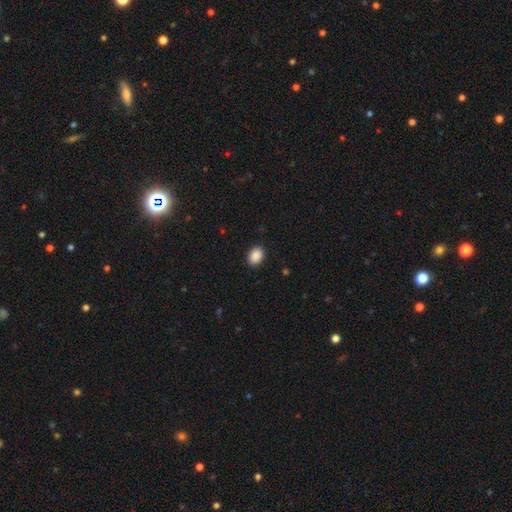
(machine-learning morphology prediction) type=smooth (90%); roundness=in between (74%); merging=none (89%).